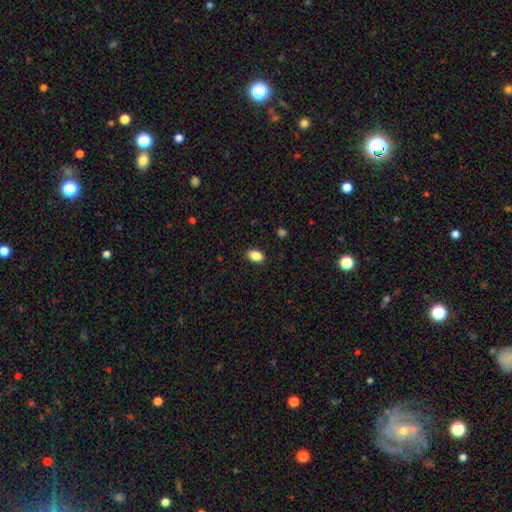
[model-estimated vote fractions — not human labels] smooth 87%, star or artifact 8%, featured or disk 4%. Down the decision tree: how rounded — in between (87%); merging — none (88%).